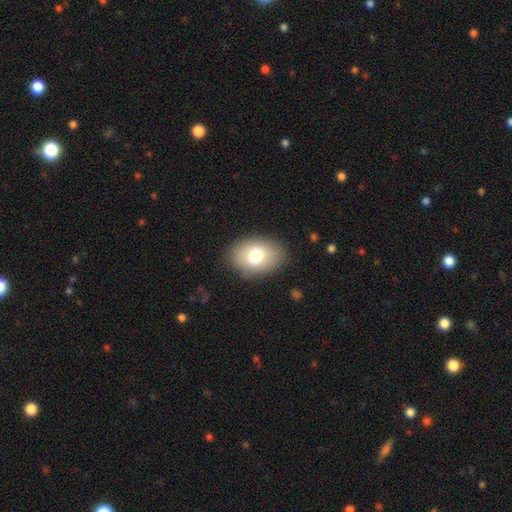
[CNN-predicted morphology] A smooth galaxy with no disk features (76%) that is in between round and cigar-shaped (80%).

Vote fractions:
- Smooth or featured? smooth: 76% / featured or disk: 16% / star or artifact: 8%
- How rounded? in between: 80% / round: 19% / cigar-shaped: 1%
- Merging? none: 85% / minor disturbance: 11% / major disturbance: 3% / merger: 1%